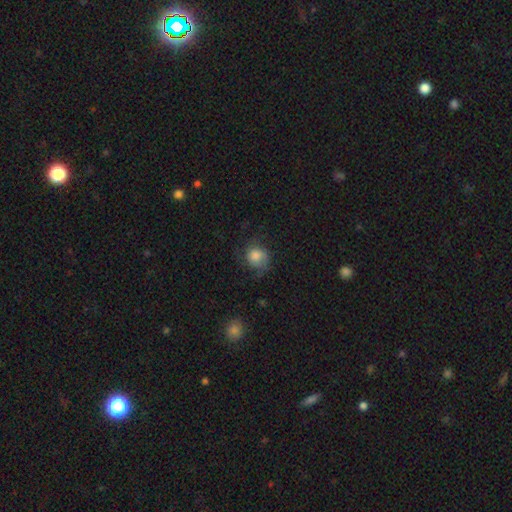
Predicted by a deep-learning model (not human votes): smooth_or_featured: smooth (p=0.70) [alt: featured or disk p=0.20]
how_rounded: round (p=0.76) [alt: in between p=0.23]
merging: none (p=0.53) [alt: minor disturbance p=0.26]